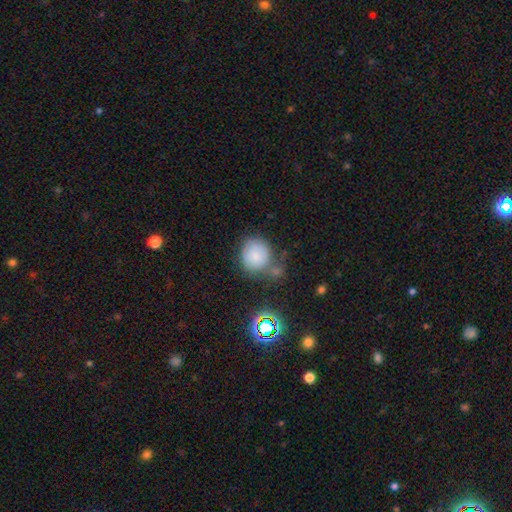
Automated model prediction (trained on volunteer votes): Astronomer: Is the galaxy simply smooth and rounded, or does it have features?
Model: smooth — 76%.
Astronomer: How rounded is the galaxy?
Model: round — 81%.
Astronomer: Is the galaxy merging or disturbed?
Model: none — 47%.